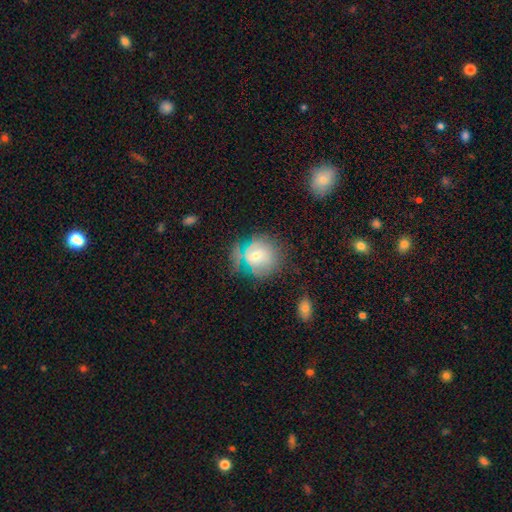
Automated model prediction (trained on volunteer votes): This appears to be a smooth galaxy with no disk features (61%) that is round (81%). Merging: none (63%).